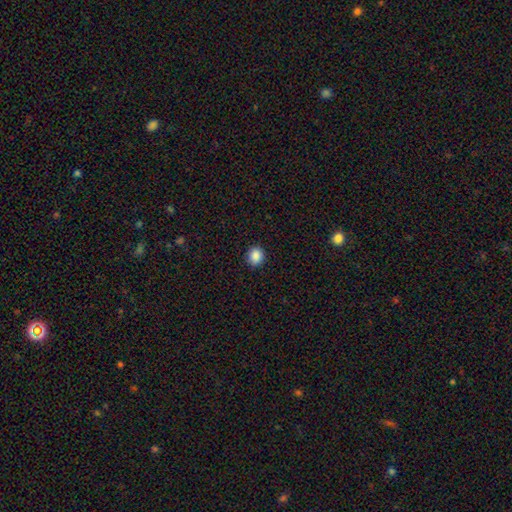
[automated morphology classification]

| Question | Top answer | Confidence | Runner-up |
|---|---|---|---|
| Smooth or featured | smooth | 88% | star or artifact (9%) |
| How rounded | round | 78% | in between (21%) |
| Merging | none | 90% | minor disturbance (7%) |